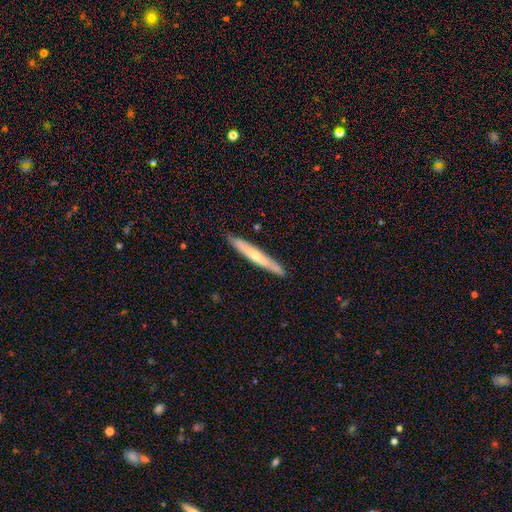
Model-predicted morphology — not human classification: This is possibly a featured or disk galaxy (49%). Merging: clearly none (88%).